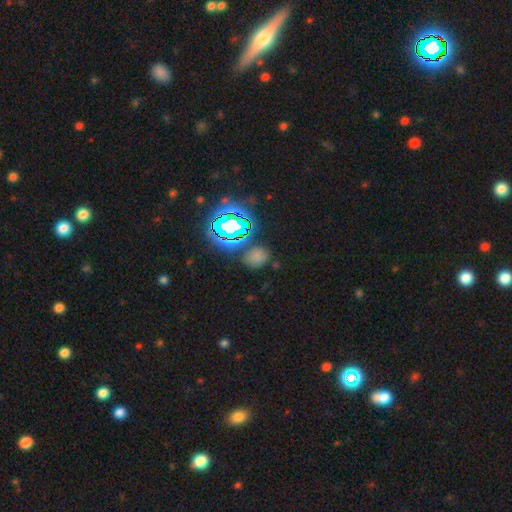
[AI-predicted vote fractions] This is possibly a smooth galaxy (54%). How rounded: possibly round (57%). Merging: likely none (75%).